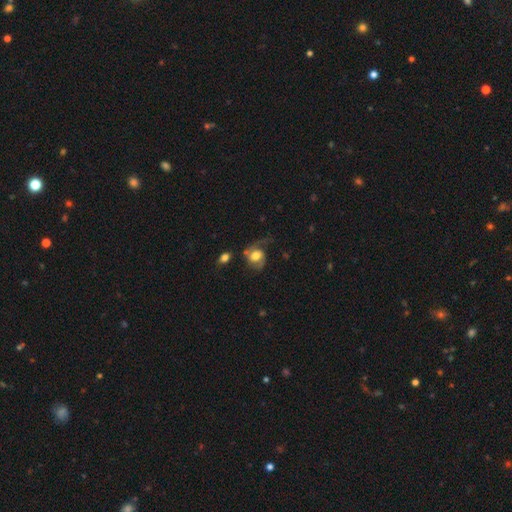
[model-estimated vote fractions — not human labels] A featured or disk galaxy (51%).

Vote fractions:
- Smooth or featured? featured or disk: 51% / smooth: 41% / star or artifact: 8%
- Edge-on disk? no: 97% / yes: 3%
- Merging? none: 38% / major disturbance: 31% / minor disturbance: 24% / merger: 7%